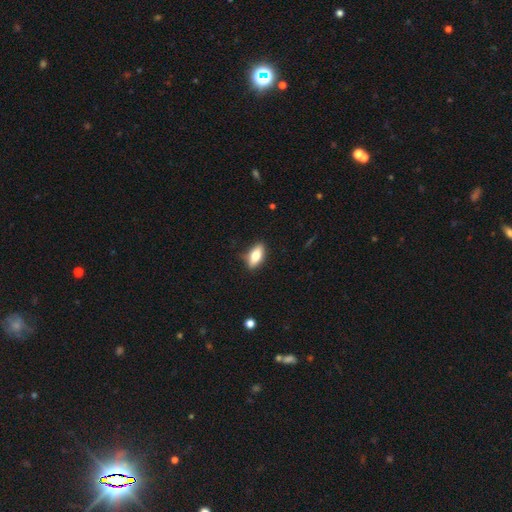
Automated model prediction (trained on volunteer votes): Q: Smooth or featured?
A: smooth (70%); runner-up: featured or disk (23%)
Q: How rounded?
A: in between (82%); runner-up: cigar-shaped (14%)
Q: Merging?
A: none (83%); runner-up: minor disturbance (13%)